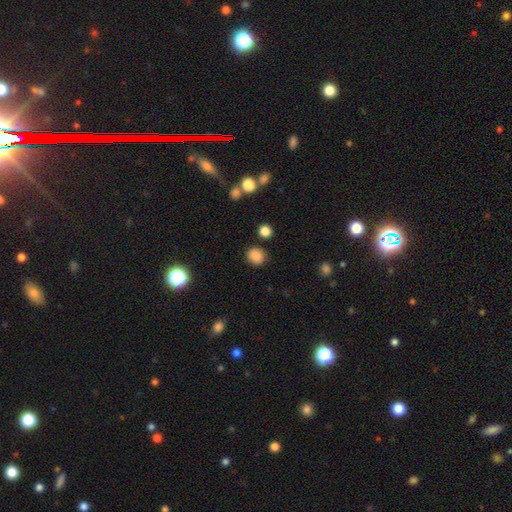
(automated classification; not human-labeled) smooth-or-featured: smooth: 84% | star or artifact: 11% | featured or disk: 5%
  how-rounded: round: 82% | in between: 17% | cigar-shaped: 1%
  merging: none: 84% | minor disturbance: 10% | major disturbance: 3% | merger: 3%